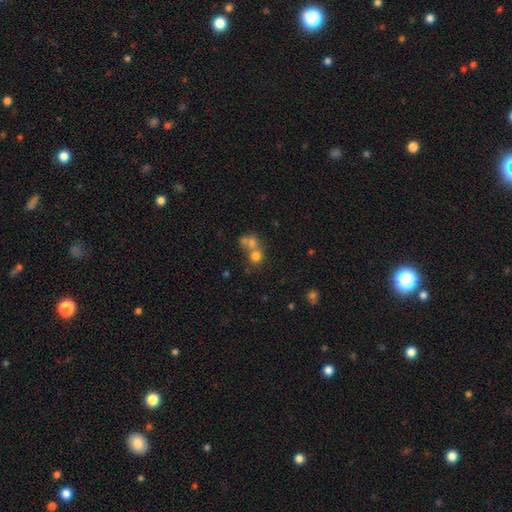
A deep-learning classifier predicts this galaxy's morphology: This appears to be a smooth galaxy with no disk features (70%) that is round (82%). Merging: merger (54%).